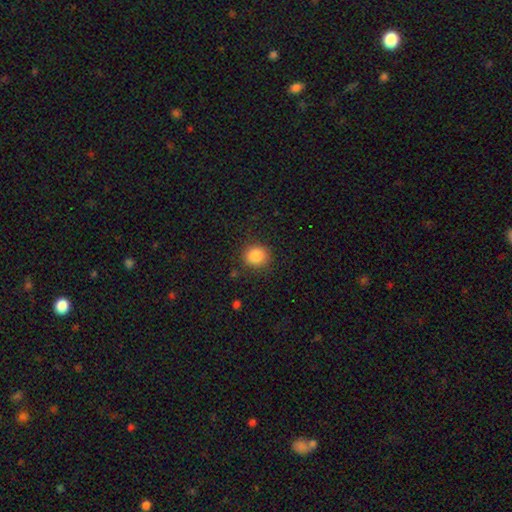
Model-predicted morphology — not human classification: smooth 86%, star or artifact 10%, featured or disk 4%. Down the decision tree: how rounded — round (84%); merging — none (85%).